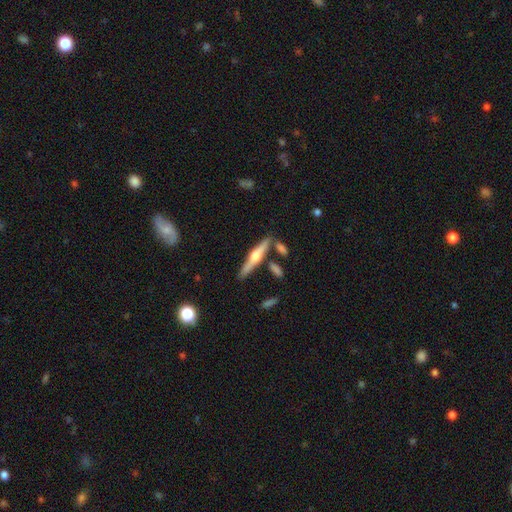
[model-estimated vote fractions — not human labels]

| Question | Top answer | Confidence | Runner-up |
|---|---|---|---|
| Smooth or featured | featured or disk | 66% | smooth (28%) |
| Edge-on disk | yes | 97% | no (3%) |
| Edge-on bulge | rounded | 91% | boxy (5%) |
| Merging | none | 78% | minor disturbance (11%) |